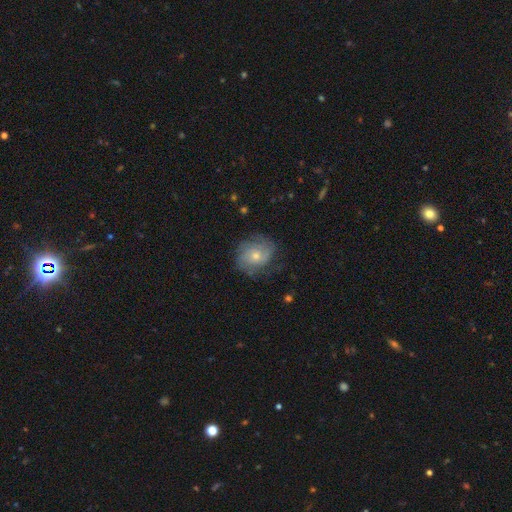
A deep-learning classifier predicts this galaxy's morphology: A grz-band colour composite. It shows a featured or disk galaxy (61%) with no bar (78%), tight (52%) spiral arms (86%) and a moderate central bulge (49%). Merging: none (73%).